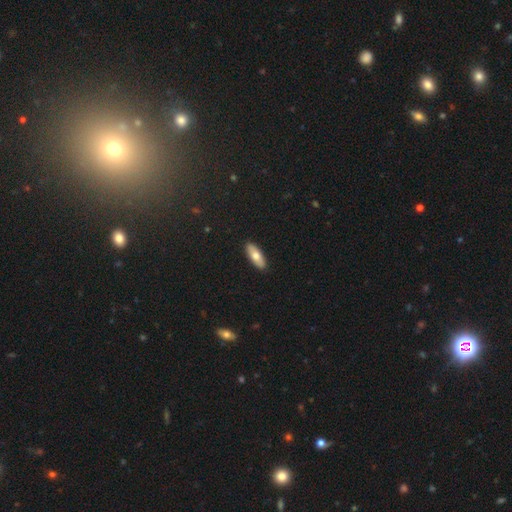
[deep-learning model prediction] Overall: smooth (72%). How rounded: in between (67%; cigar-shaped 31%). Merging: none (91%).